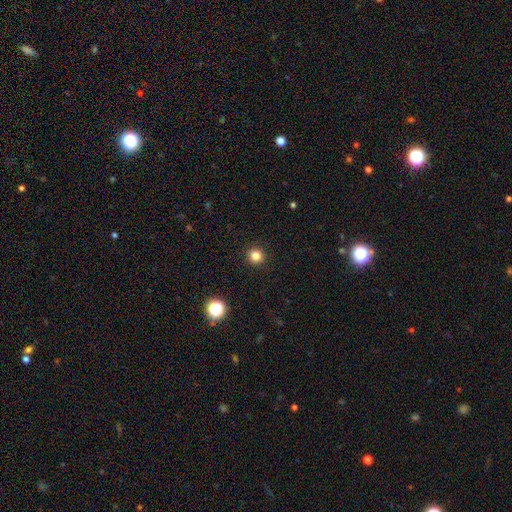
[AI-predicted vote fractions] Overall: smooth (82%). How rounded: round (95%). Merging: none (94%).